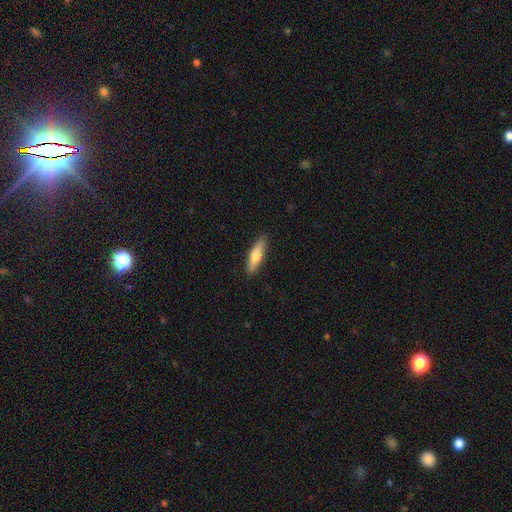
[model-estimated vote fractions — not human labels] Smooth or featured: smooth — 64% (featured or disk — 31%)
How rounded: cigar-shaped — 70% (in between — 28%)
Merging: none — 90% (minor disturbance — 7%)